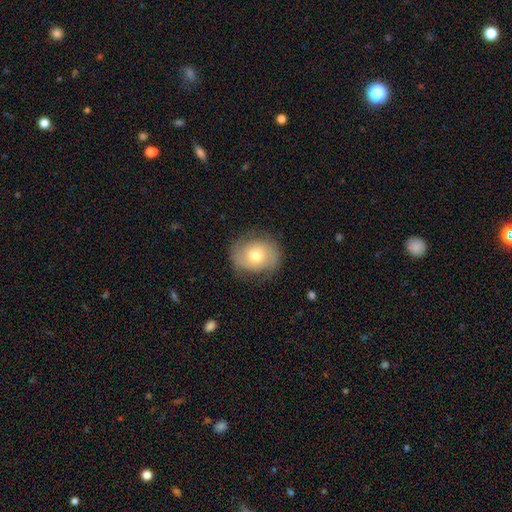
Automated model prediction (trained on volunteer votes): This is possibly a smooth galaxy (47%). Merging: likely none (75%).